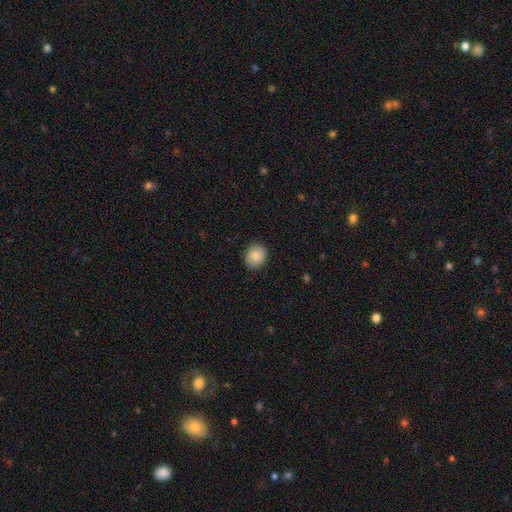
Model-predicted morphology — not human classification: Smooth or featured: smooth — 86% (star or artifact — 8%)
How rounded: round — 65% (in between — 34%)
Merging: none — 88% (minor disturbance — 9%)